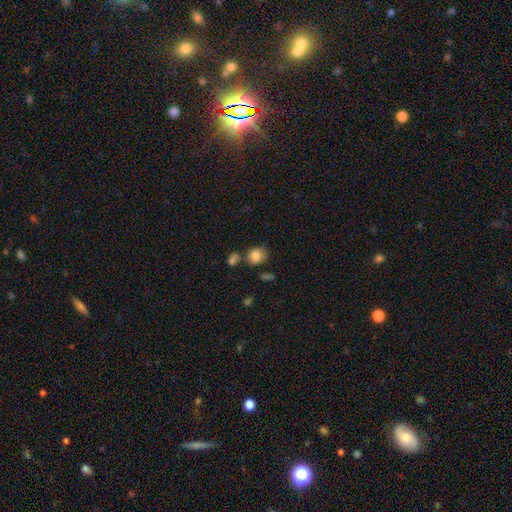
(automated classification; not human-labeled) smooth 83%, star or artifact 10%, featured or disk 7%. Down the decision tree: how rounded — round (61%); merging — none (58%).